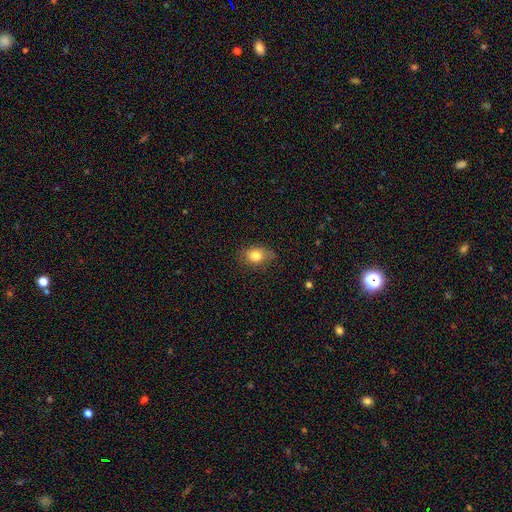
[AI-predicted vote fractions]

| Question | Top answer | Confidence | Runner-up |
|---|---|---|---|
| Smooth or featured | smooth | 80% | featured or disk (11%) |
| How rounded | in between | 68% | round (31%) |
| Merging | none | 70% | minor disturbance (23%) |